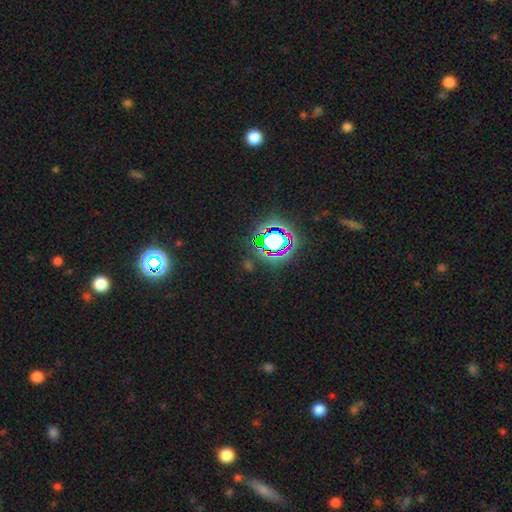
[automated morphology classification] smooth-or-featured: star or artifact: 80% | smooth: 12% | featured or disk: 8%